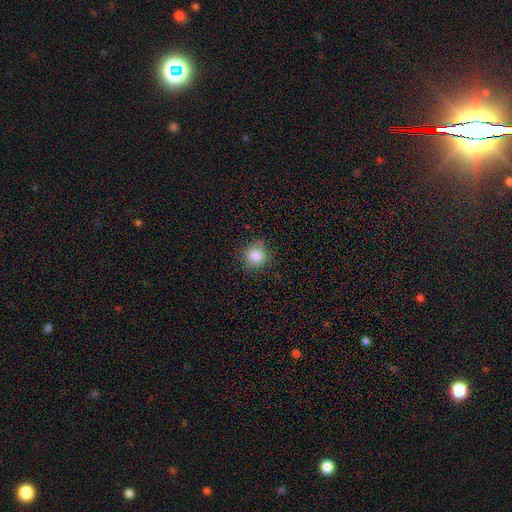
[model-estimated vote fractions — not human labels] Smooth or featured: smooth — 84% (star or artifact — 11%)
How rounded: round — 91% (in between — 8%)
Merging: none — 85% (minor disturbance — 11%)